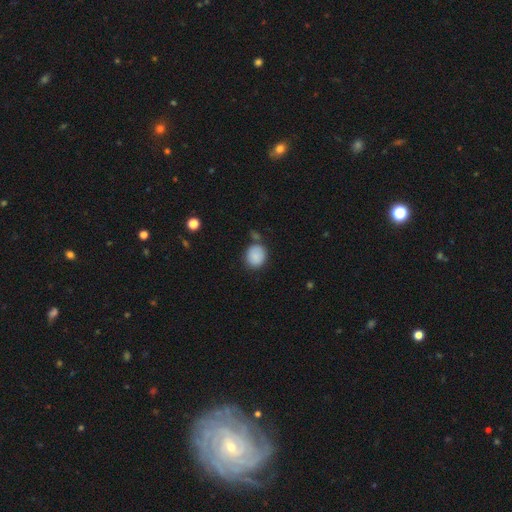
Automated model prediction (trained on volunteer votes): The model was most divided on "how rounded": round: 70%, in between: 29%, cigar-shaped: 1%. More confident: smooth or featured — smooth (88%); merging — none (72%).